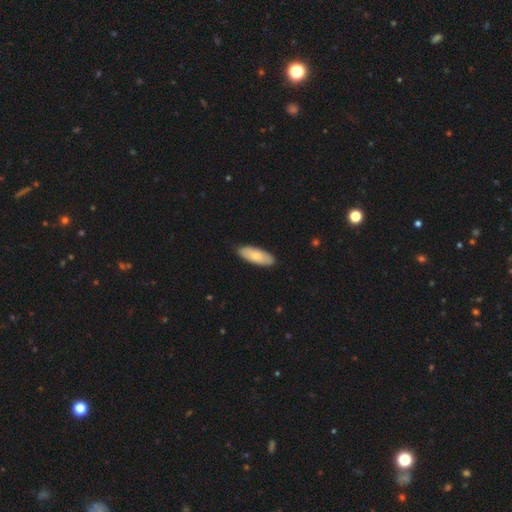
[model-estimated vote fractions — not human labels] Smooth or featured? smooth (70%)
How rounded? in between (78%)
Merging? none (86%)